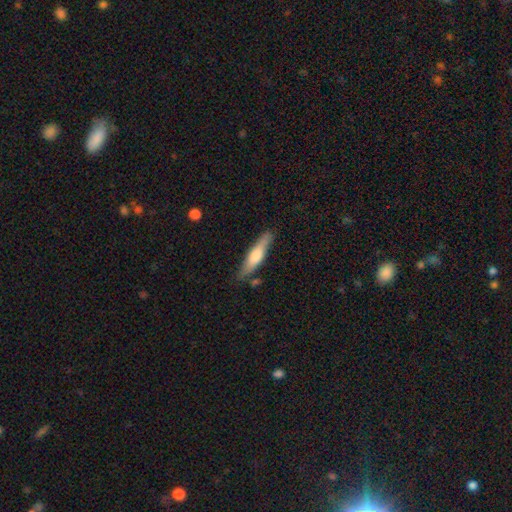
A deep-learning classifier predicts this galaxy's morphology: The model was most divided on "smooth or featured": smooth: 54%, featured or disk: 41%, star or artifact: 5%. More confident: how rounded — cigar-shaped (83%); merging — none (80%).